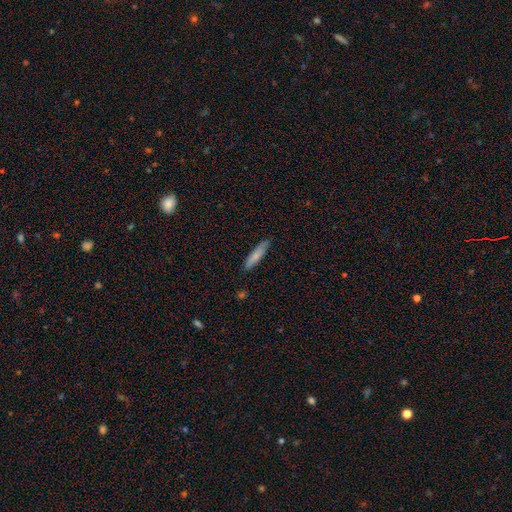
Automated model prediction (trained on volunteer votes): smooth_or_featured: smooth (p=0.78) [alt: featured or disk p=0.17]
how_rounded: cigar-shaped (p=0.85) [alt: in between p=0.13]
merging: none (p=0.85) [alt: minor disturbance p=0.12]